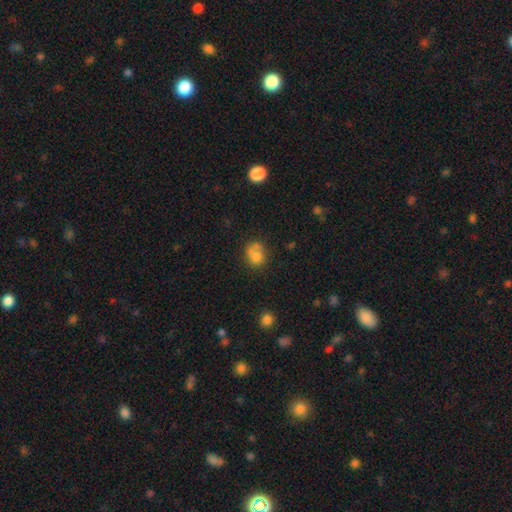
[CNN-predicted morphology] This is likely a smooth galaxy (69%). How rounded: possibly round (60%). Merging: marginally merger (37%).